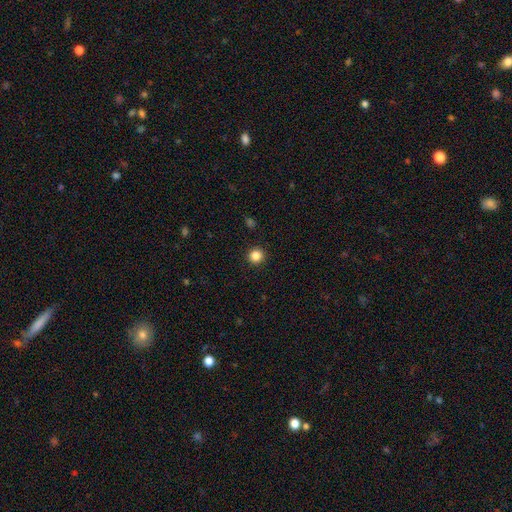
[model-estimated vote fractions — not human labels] smooth_or_featured: smooth (p=0.85) [alt: star or artifact p=0.12]
how_rounded: round (p=0.95) [alt: in between p=0.04]
merging: none (p=0.93) [alt: minor disturbance p=0.04]